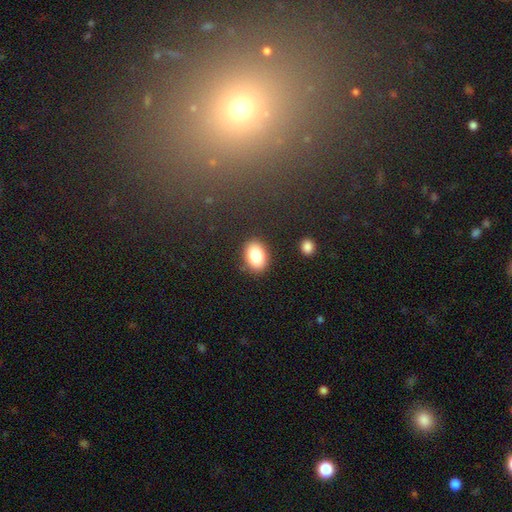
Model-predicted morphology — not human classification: This is clearly a smooth galaxy (84%). How rounded: likely in between (79%). Merging: clearly none (86%).